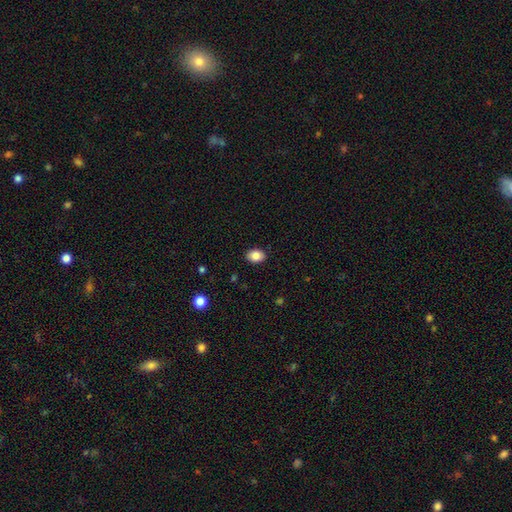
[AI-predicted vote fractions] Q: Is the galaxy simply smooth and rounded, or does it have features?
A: smooth — 86%.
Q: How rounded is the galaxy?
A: in between — 74%.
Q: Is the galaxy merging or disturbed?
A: none — 89%.